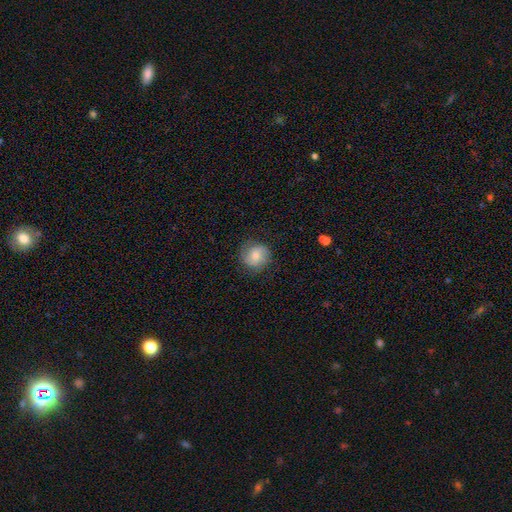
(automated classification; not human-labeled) Smooth or featured? smooth (62%)
How rounded? round (87%)
Merging? none (79%)